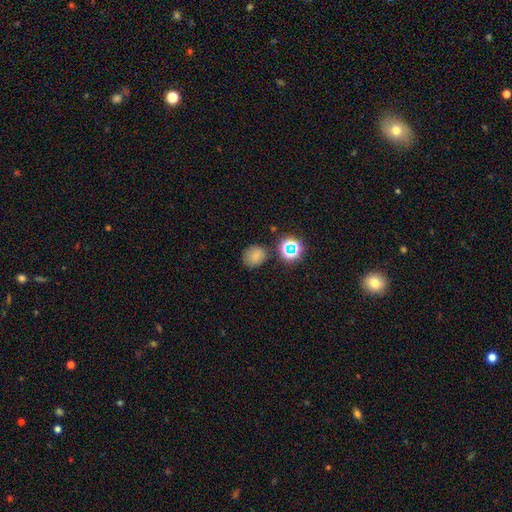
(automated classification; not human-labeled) Q: Smooth or featured?
A: smooth (73%); runner-up: star or artifact (20%)
Q: How rounded?
A: round (74%); runner-up: in between (25%)
Q: Merging?
A: none (76%); runner-up: minor disturbance (14%)